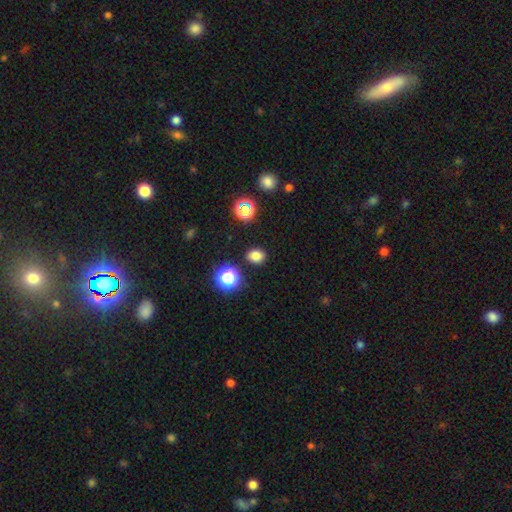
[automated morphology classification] type=smooth (78%); roundness=round (54%); merging=none (86%).